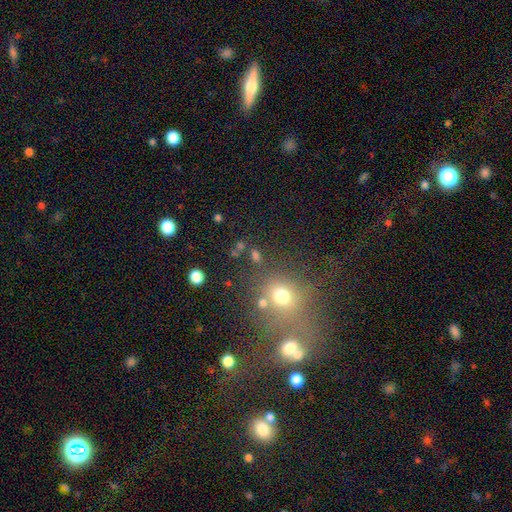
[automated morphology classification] Smooth or featured: smooth — 62% (star or artifact — 28%)
How rounded: round — 68% (in between — 29%)
Merging: none — 66% (merger — 16%)